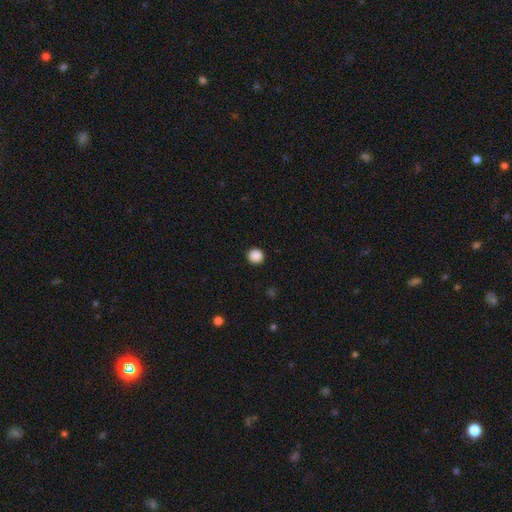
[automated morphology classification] Q: Smooth or featured?
A: smooth (88%); runner-up: star or artifact (9%)
Q: How rounded?
A: round (94%); runner-up: in between (5%)
Q: Merging?
A: none (93%); runner-up: minor disturbance (4%)